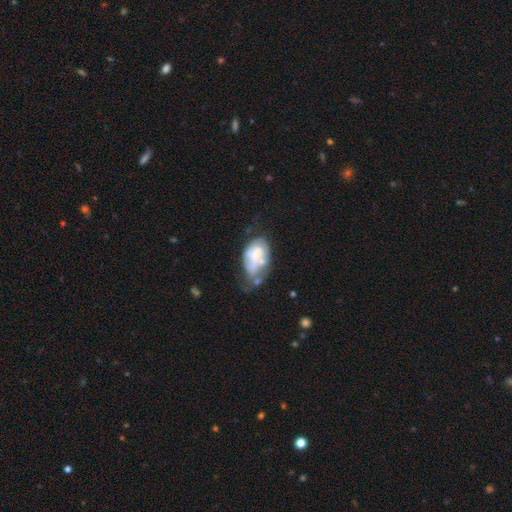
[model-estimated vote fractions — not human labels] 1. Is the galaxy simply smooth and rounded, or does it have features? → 48% featured or disk, 44% smooth, 8% star or artifact.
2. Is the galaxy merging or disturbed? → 31% minor disturbance, 28% major disturbance, 23% none, 18% merger.